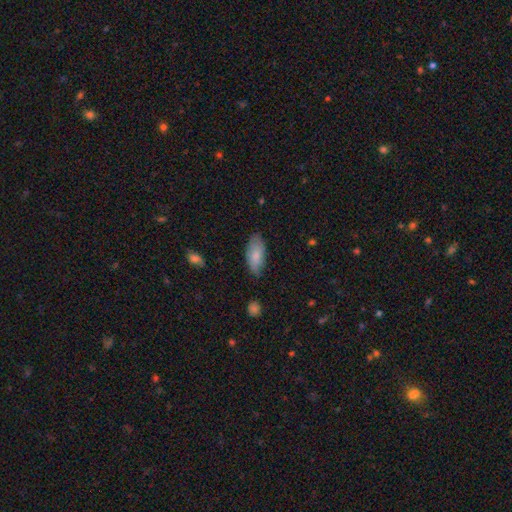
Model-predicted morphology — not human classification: smooth-or-featured: smooth: 78% | featured or disk: 16% | star or artifact: 6%
  how-rounded: in between: 90% | cigar-shaped: 8% | round: 2%
  merging: none: 68% | minor disturbance: 26% | major disturbance: 5% | merger: 2%